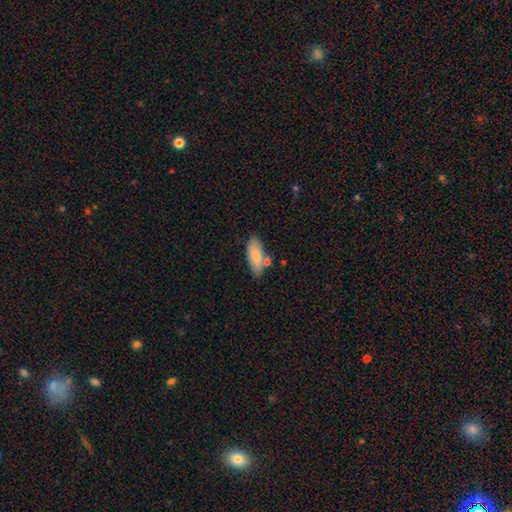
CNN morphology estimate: A smooth galaxy with no disk features (78%) that is in between round and cigar-shaped (76%). Merging: none (69%).